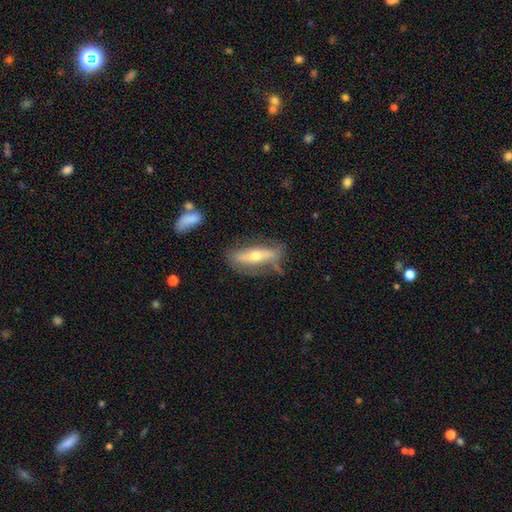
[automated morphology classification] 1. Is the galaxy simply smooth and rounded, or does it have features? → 62% featured or disk, 30% smooth, 8% star or artifact.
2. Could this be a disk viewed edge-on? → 57% yes, 43% no.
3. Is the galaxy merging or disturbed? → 61% none, 24% minor disturbance, 11% major disturbance, 4% merger.